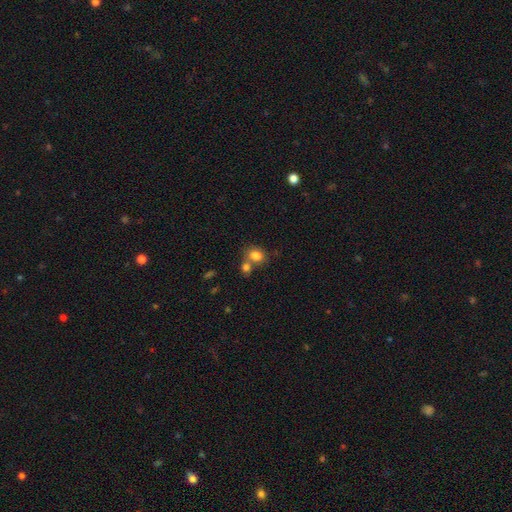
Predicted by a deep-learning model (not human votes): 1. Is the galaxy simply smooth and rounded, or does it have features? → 81% smooth, 10% star or artifact, 8% featured or disk.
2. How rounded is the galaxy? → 63% in between, 36% round, 1% cigar-shaped.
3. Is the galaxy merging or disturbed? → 45% none, 40% merger, 11% minor disturbance, 4% major disturbance.